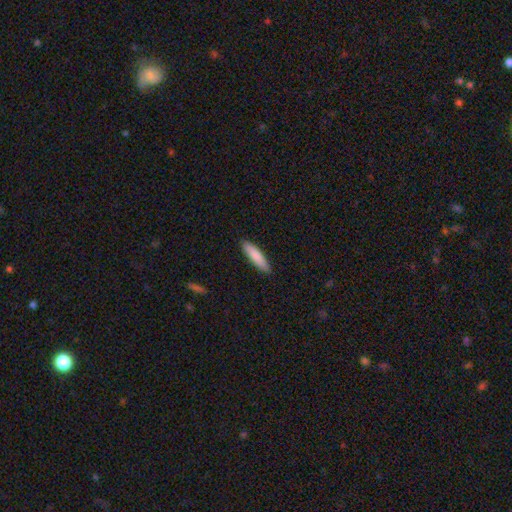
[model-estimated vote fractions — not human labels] smooth-or-featured: smooth: 84% | featured or disk: 11% | star or artifact: 5%
  how-rounded: cigar-shaped: 77% | in between: 22% | round: 1%
  merging: none: 89% | minor disturbance: 8% | major disturbance: 2% | merger: 1%